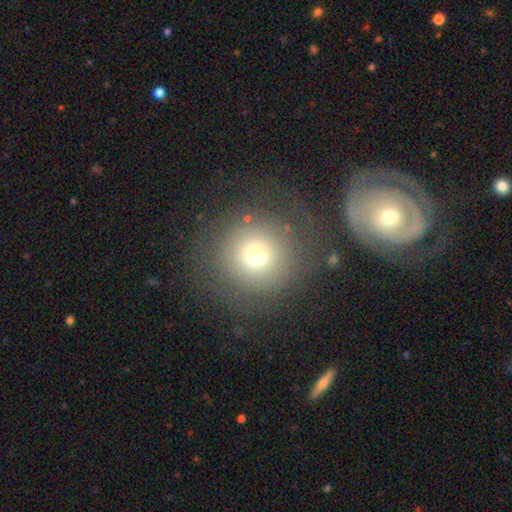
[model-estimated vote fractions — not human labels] smooth-or-featured: smooth: 67% | star or artifact: 17% | featured or disk: 16%
  how-rounded: round: 94% | in between: 5% | cigar-shaped: 1%
  merging: none: 75% | minor disturbance: 11% | major disturbance: 11% | merger: 3%